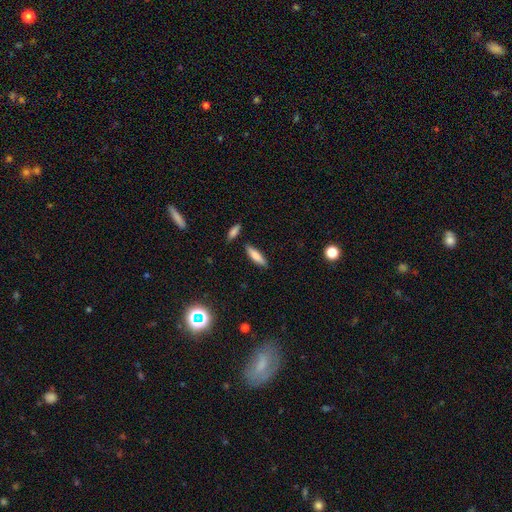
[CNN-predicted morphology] smooth-or-featured: smooth: 79% | featured or disk: 13% | star or artifact: 8%
  how-rounded: cigar-shaped: 64% | in between: 34% | round: 2%
  merging: none: 84% | minor disturbance: 10% | merger: 4% | major disturbance: 2%